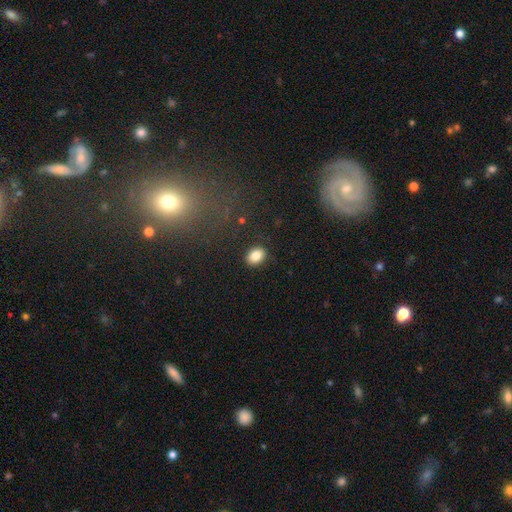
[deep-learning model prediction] This appears to be a smooth galaxy with no disk features (85%) that is in between round and cigar-shaped (69%). Merging: none (89%).